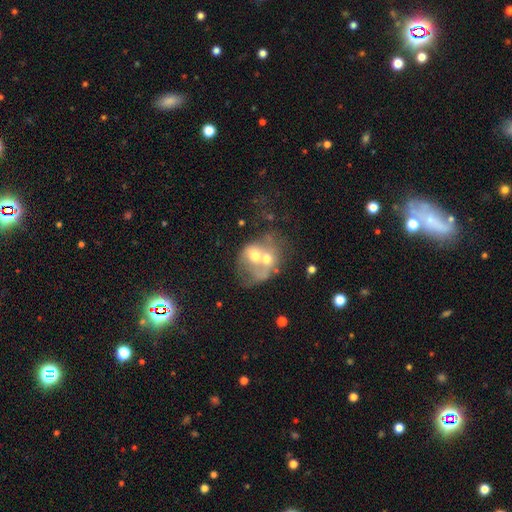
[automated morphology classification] featured or disk 46%, smooth 44%, star or artifact 10%. Down the decision tree: merging — merger (71%).